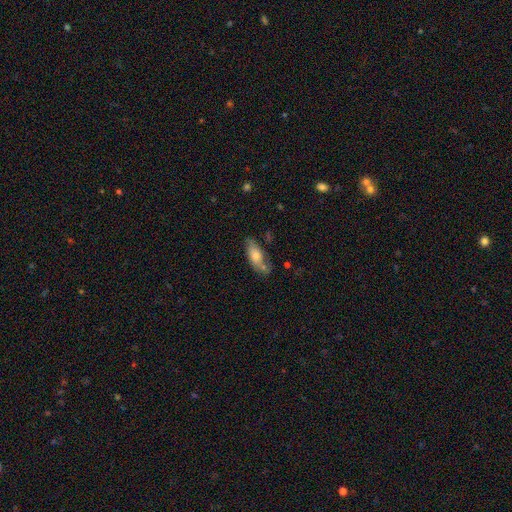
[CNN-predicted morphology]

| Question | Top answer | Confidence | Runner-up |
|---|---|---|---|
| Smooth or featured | smooth | 69% | featured or disk (24%) |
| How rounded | in between | 77% | cigar-shaped (20%) |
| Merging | none | 55% | minor disturbance (24%) |